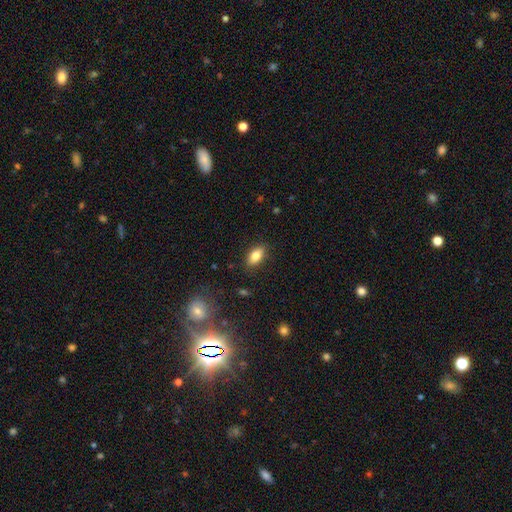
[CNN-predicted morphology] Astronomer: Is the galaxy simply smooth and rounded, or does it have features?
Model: smooth — 81%.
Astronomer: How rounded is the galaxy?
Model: in between — 89%.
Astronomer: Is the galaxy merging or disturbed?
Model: none — 86%.